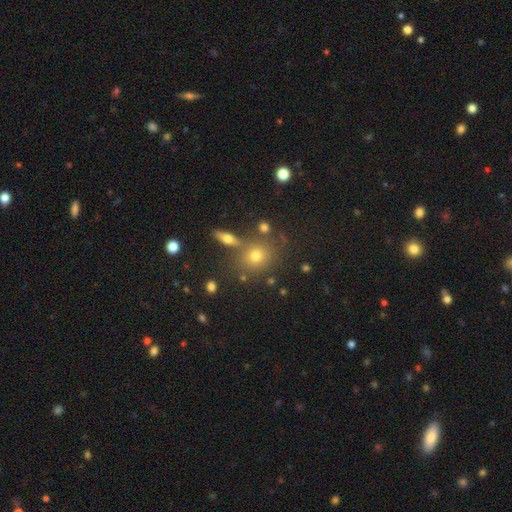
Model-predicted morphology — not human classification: Smooth or featured? smooth (66%)
How rounded? round (73%)
Merging? none (72%)